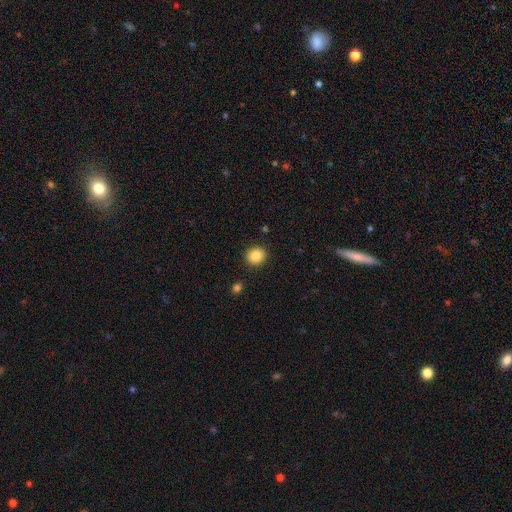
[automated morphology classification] Smooth or featured? smooth (85%)
How rounded? round (87%)
Merging? none (91%)